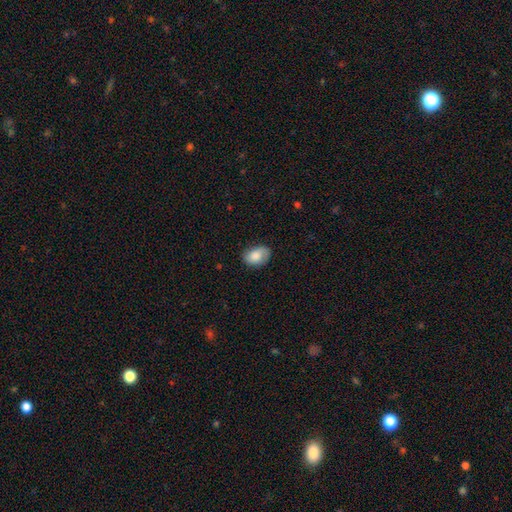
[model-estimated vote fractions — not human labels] The model was most divided on "merging": none: 73%, minor disturbance: 20%, major disturbance: 5%, merger: 1%. More confident: how rounded — in between (82%); smooth or featured — smooth (74%).